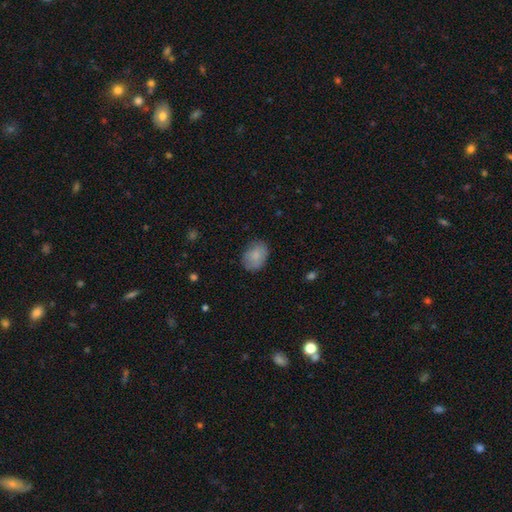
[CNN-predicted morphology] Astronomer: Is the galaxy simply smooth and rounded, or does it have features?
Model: smooth — 85%.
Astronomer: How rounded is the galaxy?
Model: in between — 69%.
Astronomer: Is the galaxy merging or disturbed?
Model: none — 75%.